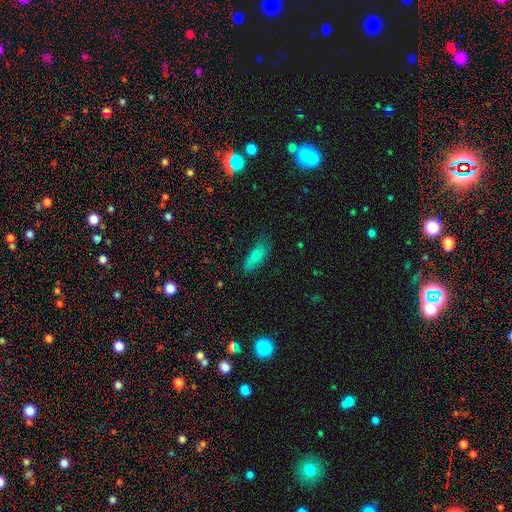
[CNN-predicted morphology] A smooth galaxy with no disk features (70%) that is in between round and cigar-shaped (64%).

Vote fractions:
- Smooth or featured? smooth: 70% / featured or disk: 19% / star or artifact: 10%
- How rounded? in between: 64% / cigar-shaped: 33% / round: 3%
- Merging? none: 78% / minor disturbance: 17% / major disturbance: 3% / merger: 2%